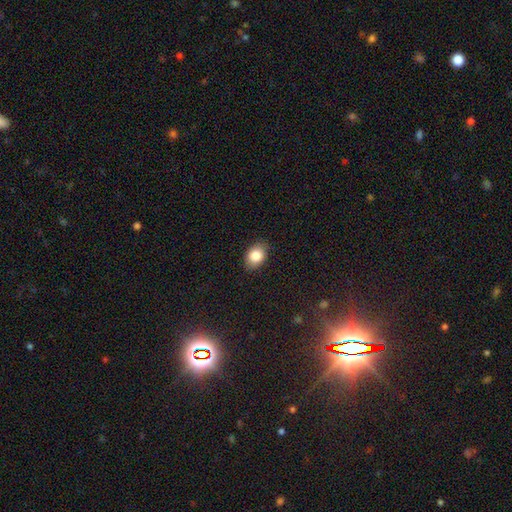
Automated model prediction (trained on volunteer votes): smooth 85%, star or artifact 8%, featured or disk 7%. Down the decision tree: how rounded — in between (72%); merging — none (85%).